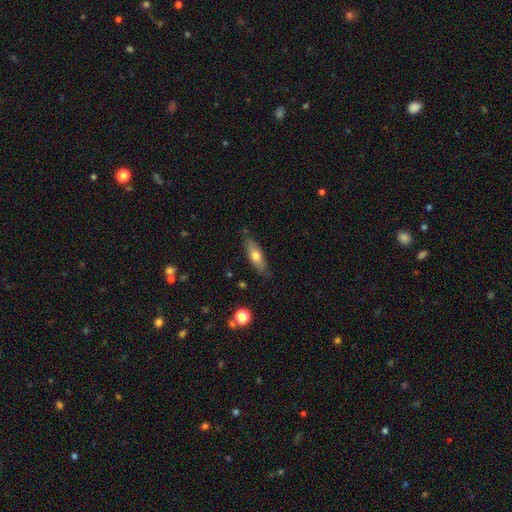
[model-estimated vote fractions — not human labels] smooth-or-featured: smooth: 66% | featured or disk: 28% | star or artifact: 6%
  how-rounded: in between: 51% | cigar-shaped: 46% | round: 3%
  merging: none: 81% | minor disturbance: 15% | major disturbance: 3% | merger: 2%